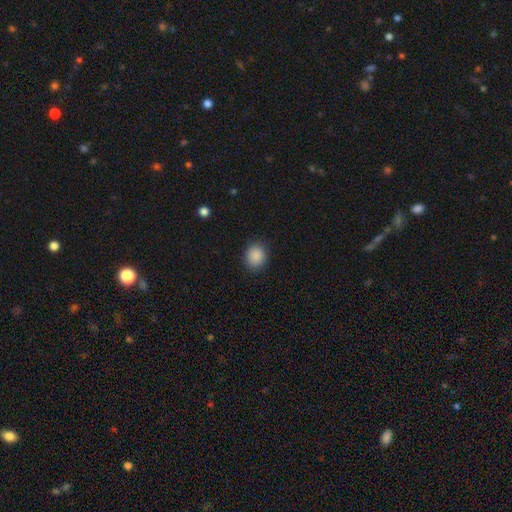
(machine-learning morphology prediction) This appears to be a smooth galaxy with no disk features (88%) that is round (67%). Merging: none (88%).